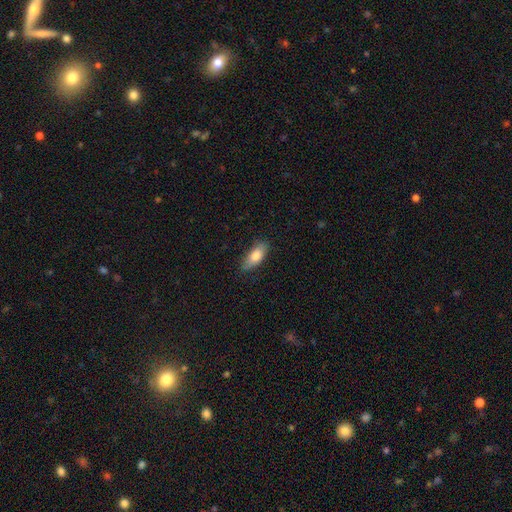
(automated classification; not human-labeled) This is likely a smooth galaxy (79%). How rounded: likely in between (79%). Merging: clearly none (81%).